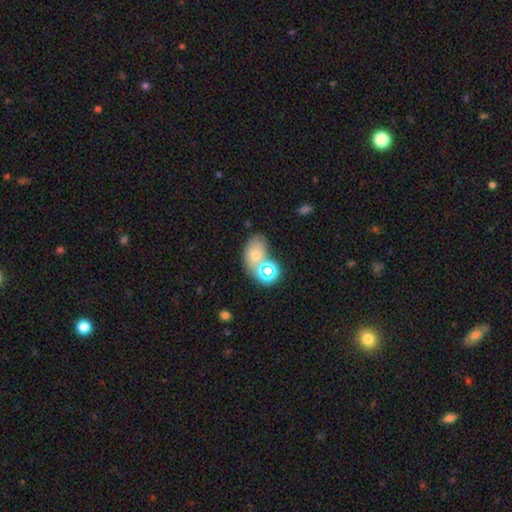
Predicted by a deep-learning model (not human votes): smooth 61%, featured or disk 22%, star or artifact 16%. Down the decision tree: how rounded — in between (72%); merging — merger (41%).